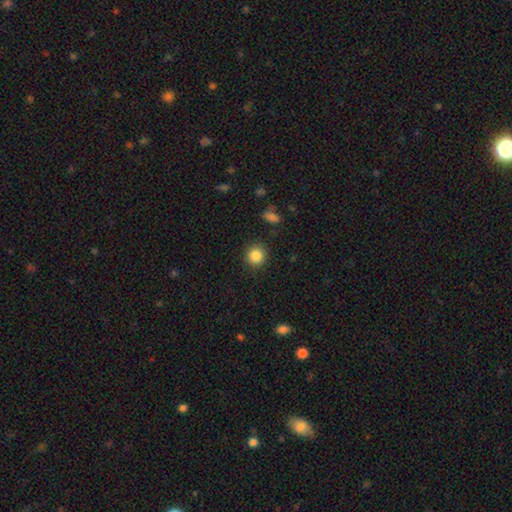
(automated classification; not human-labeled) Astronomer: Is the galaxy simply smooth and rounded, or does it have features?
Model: smooth — 85%.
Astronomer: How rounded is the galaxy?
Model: round — 92%.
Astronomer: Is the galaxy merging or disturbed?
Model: none — 90%.